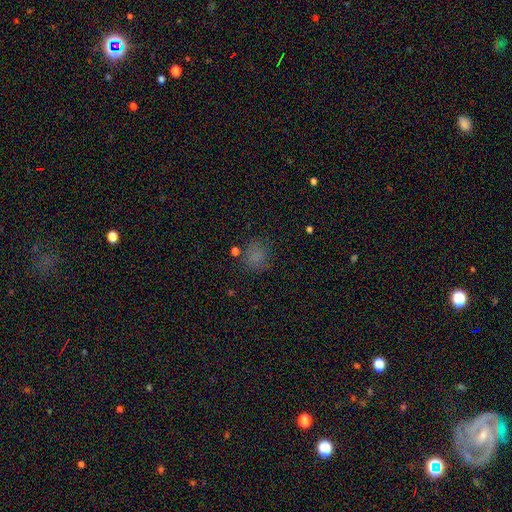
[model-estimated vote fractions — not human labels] Smooth or featured? Predicted: smooth (p=0.73). How rounded? Predicted: round (p=0.80). Merging? Predicted: none (p=0.75).